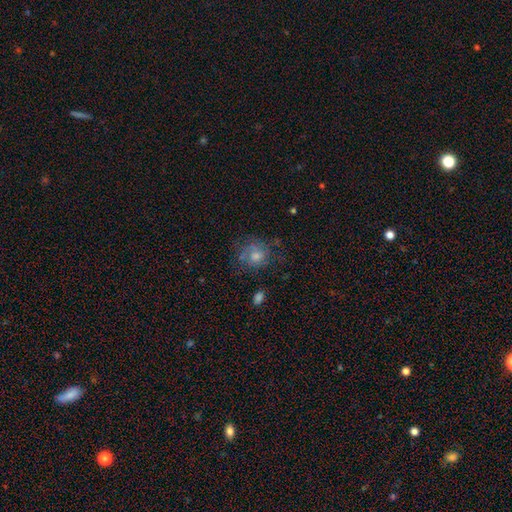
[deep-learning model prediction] This is marginally a featured or disk galaxy (42%). Merging: likely none (62%).